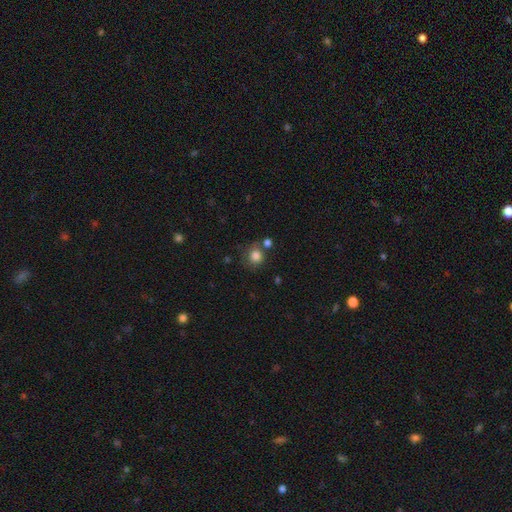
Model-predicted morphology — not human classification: Overall: smooth (82%). How rounded: round (84%). Merging: none (66%).